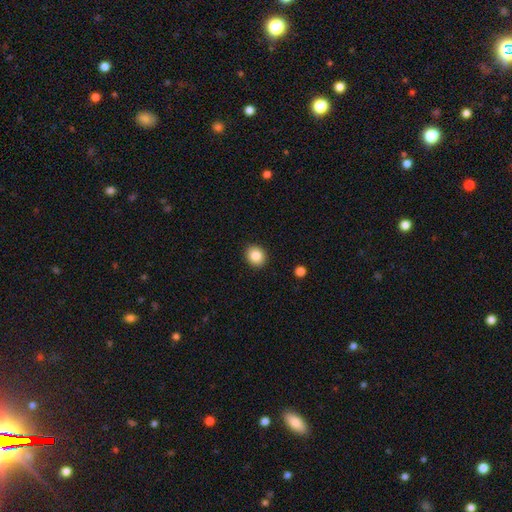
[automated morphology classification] smooth 85%, star or artifact 9%, featured or disk 6%. Down the decision tree: how rounded — round (65%); merging — none (91%).